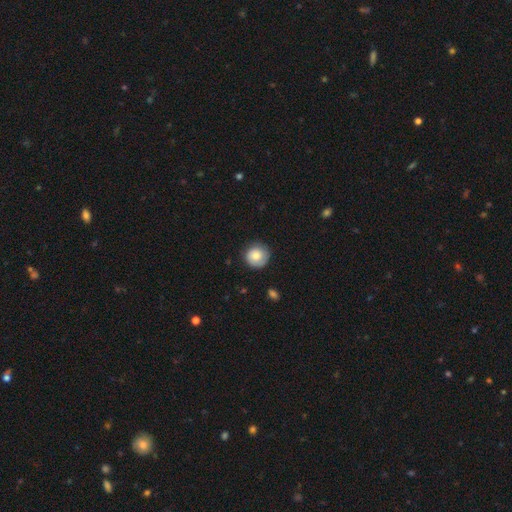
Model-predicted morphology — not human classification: Overall: smooth (77%). How rounded: round (93%). Merging: none (80%).